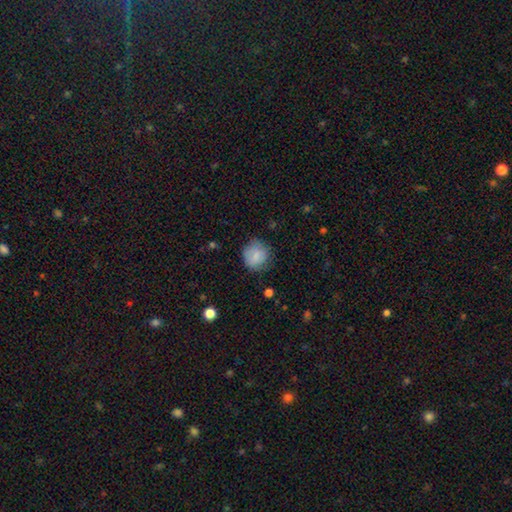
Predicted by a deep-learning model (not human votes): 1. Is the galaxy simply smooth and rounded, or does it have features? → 83% smooth, 9% featured or disk, 8% star or artifact.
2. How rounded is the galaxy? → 83% round, 16% in between, 1% cigar-shaped.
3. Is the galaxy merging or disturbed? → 75% none, 18% minor disturbance, 5% major disturbance, 1% merger.